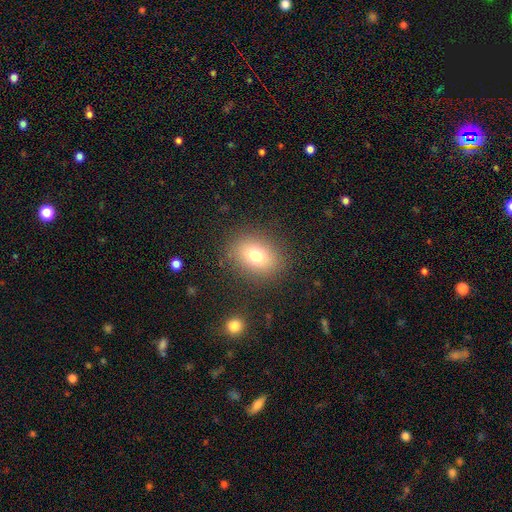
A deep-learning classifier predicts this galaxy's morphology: A smooth galaxy with no disk features (76%) that is in between round and cigar-shaped (61%). Merging: none (85%).